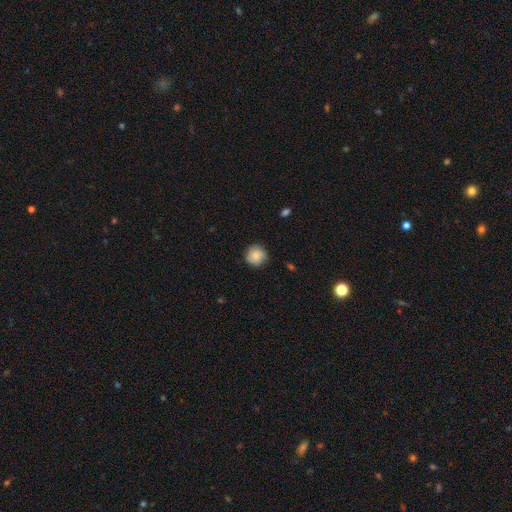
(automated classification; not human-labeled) Smooth or featured? smooth (79%)
How rounded? round (93%)
Merging? none (80%)